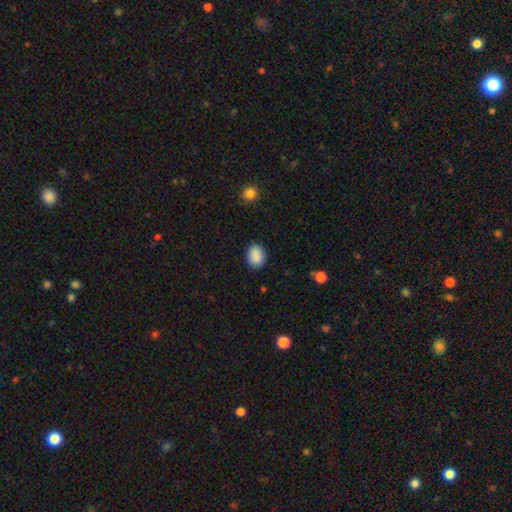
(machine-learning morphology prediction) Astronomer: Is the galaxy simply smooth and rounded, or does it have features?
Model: smooth — 88%.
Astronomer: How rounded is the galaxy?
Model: in between — 65%.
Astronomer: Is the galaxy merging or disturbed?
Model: none — 84%.